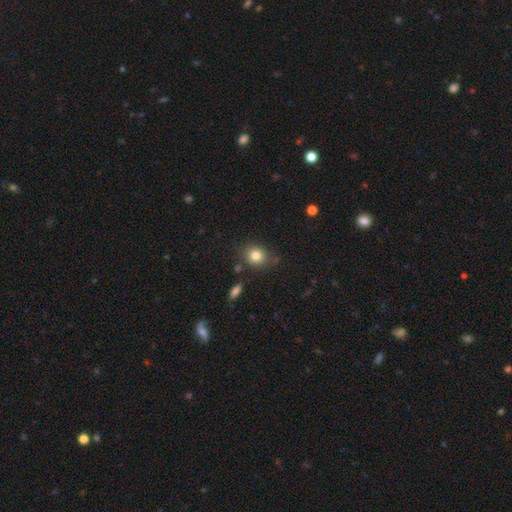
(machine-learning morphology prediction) Smooth or featured?
  - smooth: 81% *
  - star or artifact: 11%
  - featured or disk: 8%
How rounded?
  - round: 72% *
  - in between: 27%
  - cigar-shaped: 1%
Merging?
  - none: 78% *
  - minor disturbance: 13%
  - merger: 6%
  - major disturbance: 4%